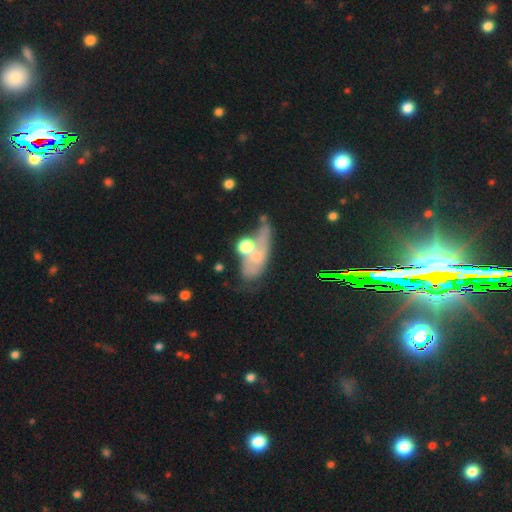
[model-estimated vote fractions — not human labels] Smooth or featured?
  - featured or disk: 45% *
  - smooth: 41%
  - star or artifact: 15%
Merging?
  - merger: 28% *
  - none: 26%
  - major disturbance: 25%
  - minor disturbance: 20%